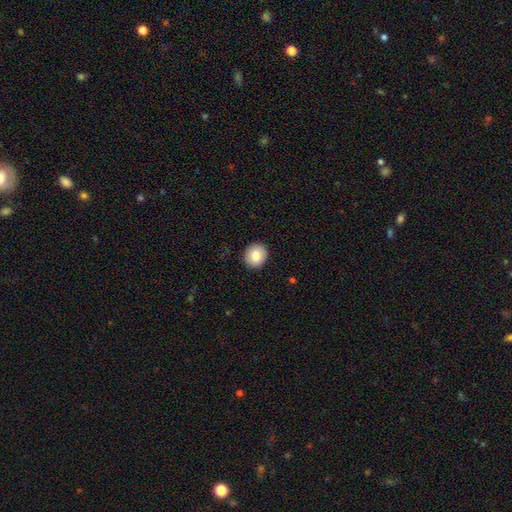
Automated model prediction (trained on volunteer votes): Overall: smooth (84%). How rounded: round (86%). Merging: none (92%).